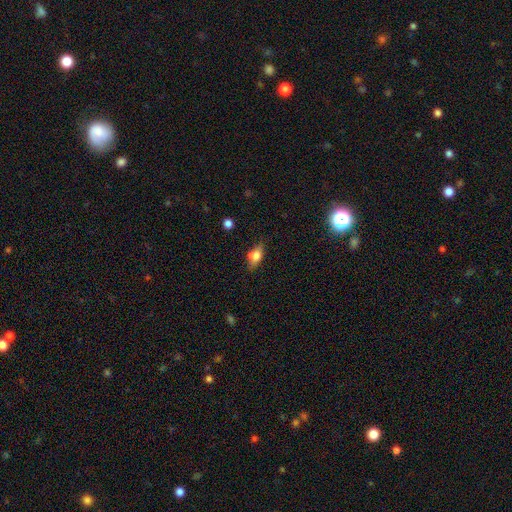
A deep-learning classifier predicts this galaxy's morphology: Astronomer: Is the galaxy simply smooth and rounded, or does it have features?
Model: smooth — 66%.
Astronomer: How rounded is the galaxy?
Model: in between — 80%.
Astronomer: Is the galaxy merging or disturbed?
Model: none — 59%.